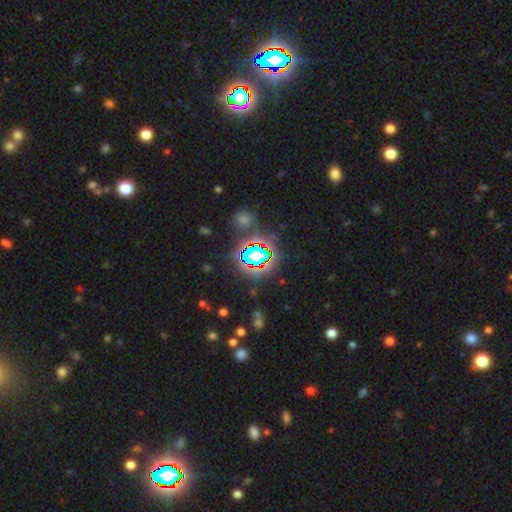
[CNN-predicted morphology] Smooth or featured? Predicted: star or artifact (p=0.72).